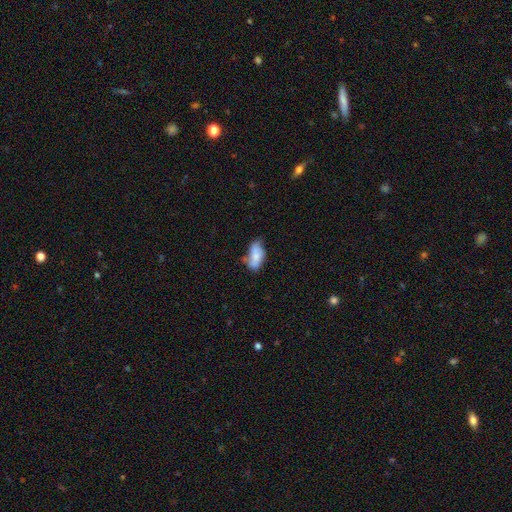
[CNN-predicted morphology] A smooth galaxy with no disk features (71%) that is in between round and cigar-shaped (89%).

Vote fractions:
- Smooth or featured? smooth: 71% / featured or disk: 21% / star or artifact: 7%
- How rounded? in between: 89% / cigar-shaped: 8% / round: 3%
- Merging? none: 46% / minor disturbance: 36% / major disturbance: 11% / merger: 8%